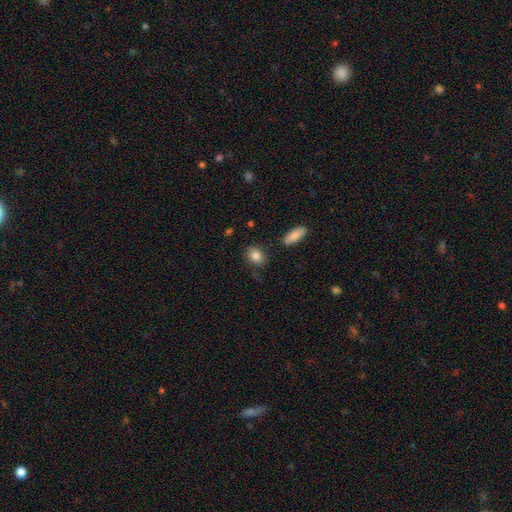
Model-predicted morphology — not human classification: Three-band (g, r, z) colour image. It shows a smooth galaxy with no disk features (85%) that is in between round and cigar-shaped (59%). Merging: none (81%).